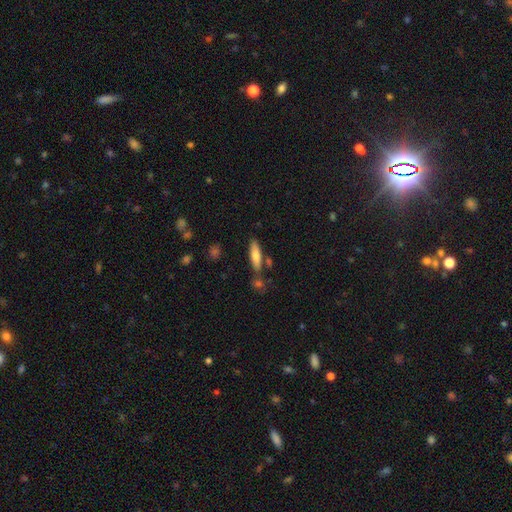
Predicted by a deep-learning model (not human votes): Smooth or featured?
  - smooth: 74% *
  - featured or disk: 20%
  - star or artifact: 6%
How rounded?
  - cigar-shaped: 62% *
  - in between: 36%
  - round: 2%
Merging?
  - none: 73% *
  - minor disturbance: 13%
  - merger: 10%
  - major disturbance: 4%